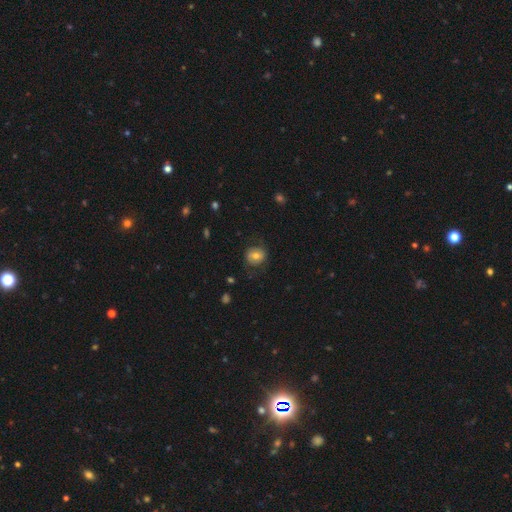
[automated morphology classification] A smooth galaxy with no disk features (65%) that is round (70%).

Vote fractions:
- Smooth or featured? smooth: 65% / featured or disk: 26% / star or artifact: 9%
- How rounded? round: 70% / in between: 29% / cigar-shaped: 1%
- Merging? none: 73% / minor disturbance: 17% / major disturbance: 9% / merger: 1%